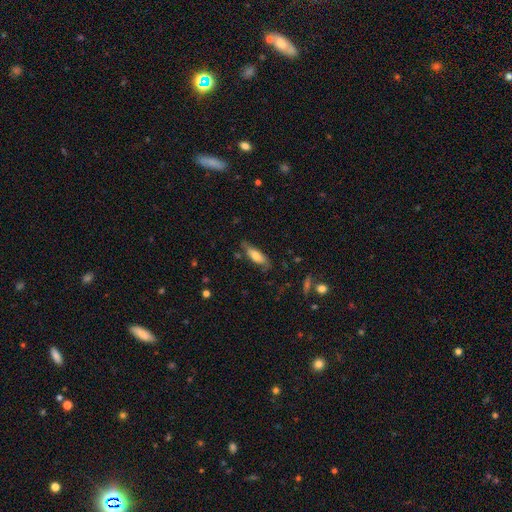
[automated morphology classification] The model was most divided on "how rounded": in between: 58%, cigar-shaped: 39%, round: 2%. More confident: smooth or featured — smooth (66%); merging — none (65%).